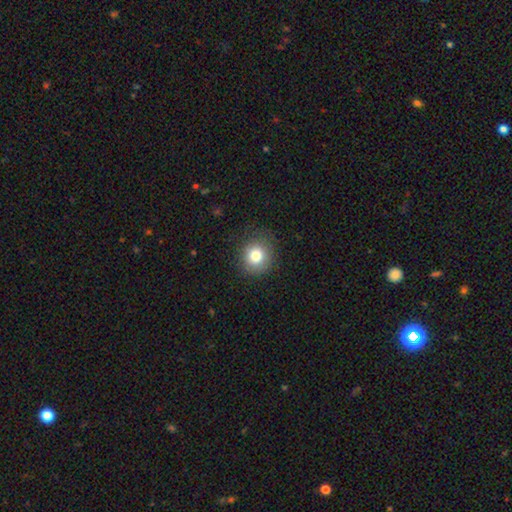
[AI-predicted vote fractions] A smooth galaxy with no disk features (80%) that is round (85%).

Vote fractions:
- Smooth or featured? smooth: 80% / star or artifact: 11% / featured or disk: 9%
- How rounded? round: 85% / in between: 15% / cigar-shaped: 1%
- Merging? none: 83% / minor disturbance: 12% / major disturbance: 4% / merger: 1%